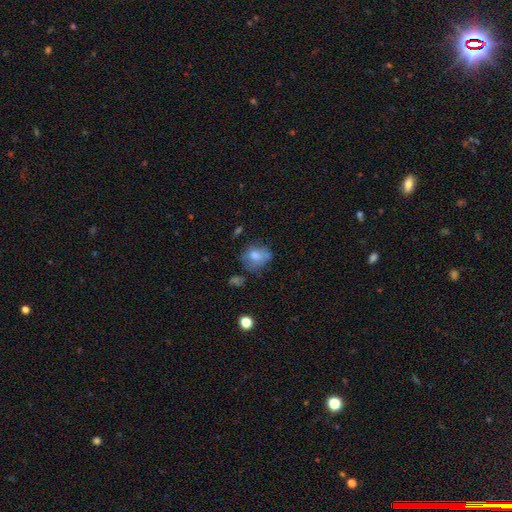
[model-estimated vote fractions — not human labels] smooth-or-featured: smooth: 69% | featured or disk: 21% | star or artifact: 10%
  how-rounded: round: 52% | in between: 47% | cigar-shaped: 1%
  merging: none: 51% | minor disturbance: 29% | major disturbance: 14% | merger: 5%